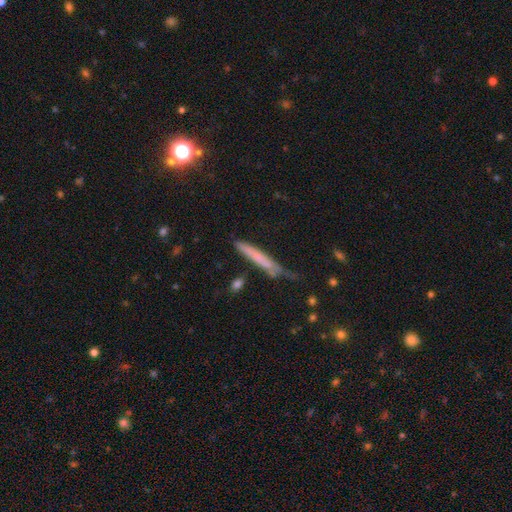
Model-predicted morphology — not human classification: This is likely a smooth galaxy (61%). How rounded: clearly cigar-shaped (93%). Merging: possibly none (56%).